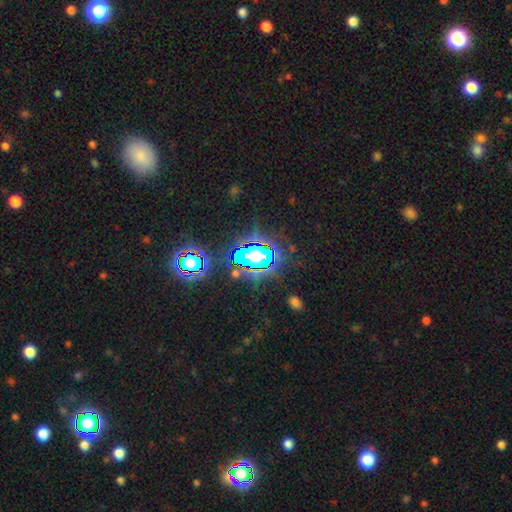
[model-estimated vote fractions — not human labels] Overall: star or artifact (67%).